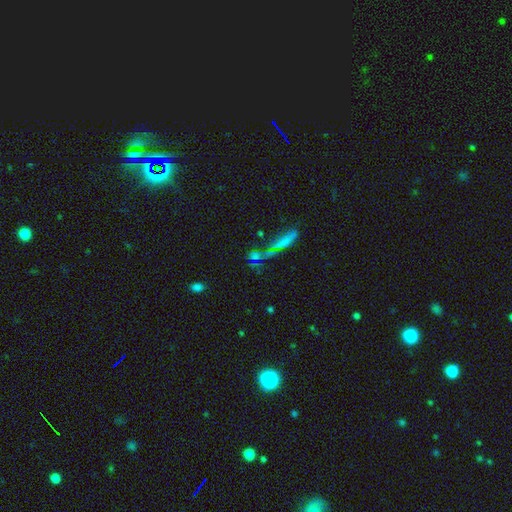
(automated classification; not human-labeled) A star or artifact, not a galaxy (45%).